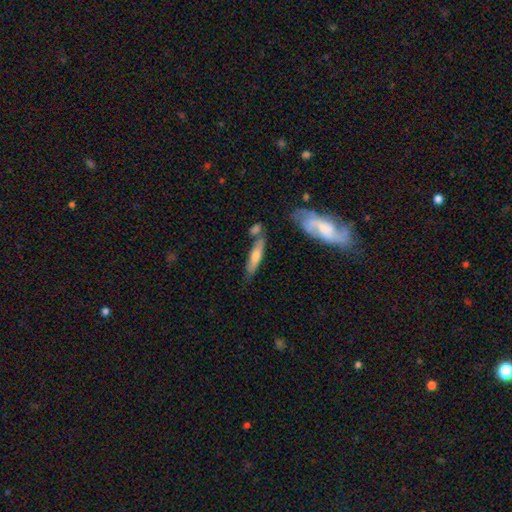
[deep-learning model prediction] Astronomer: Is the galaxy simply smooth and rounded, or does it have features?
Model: smooth — 47%, tied with featured or disk at 47%.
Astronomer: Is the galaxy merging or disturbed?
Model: none — 67%.